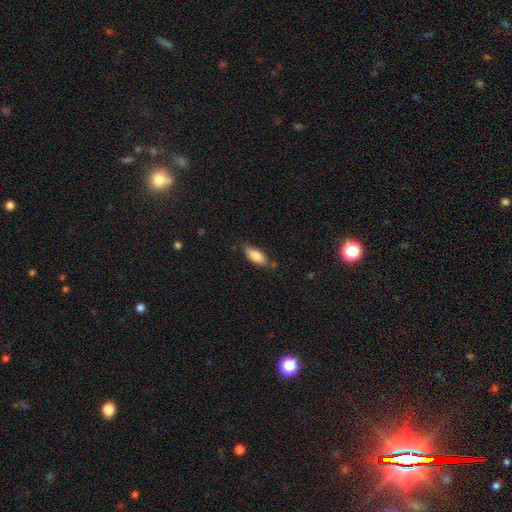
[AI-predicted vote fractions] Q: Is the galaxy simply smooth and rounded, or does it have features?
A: smooth — 83%.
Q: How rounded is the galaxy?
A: in between — 81%.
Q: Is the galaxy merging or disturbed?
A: none — 74%.